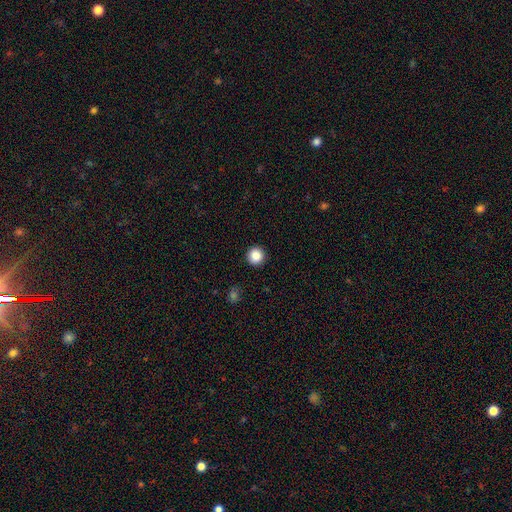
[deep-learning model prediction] Morphology: type=smooth (87%); roundness=round (96%); merging=none (93%).